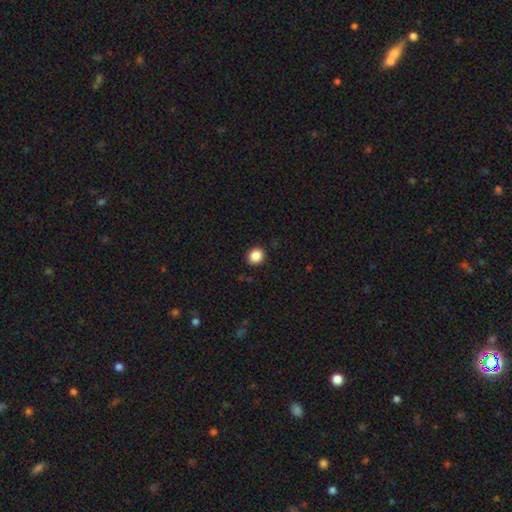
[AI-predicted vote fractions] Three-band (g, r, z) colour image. It shows a smooth galaxy with no disk features (87%) that is round (77%). Merging: none (91%).